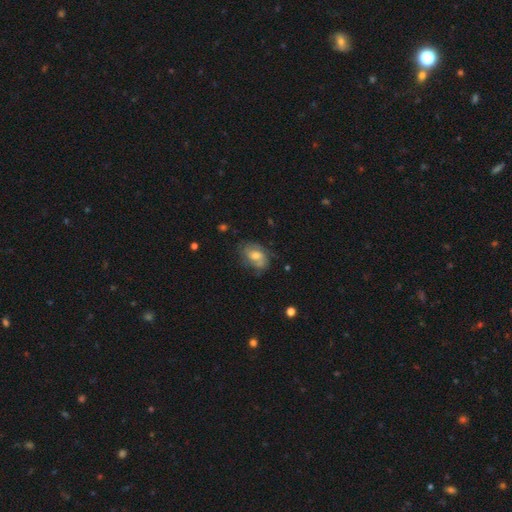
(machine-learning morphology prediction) Smooth or featured? Predicted: featured or disk (p=0.52). Edge-on disk? Predicted: no (p=0.96). Merging? Predicted: none (p=0.60).